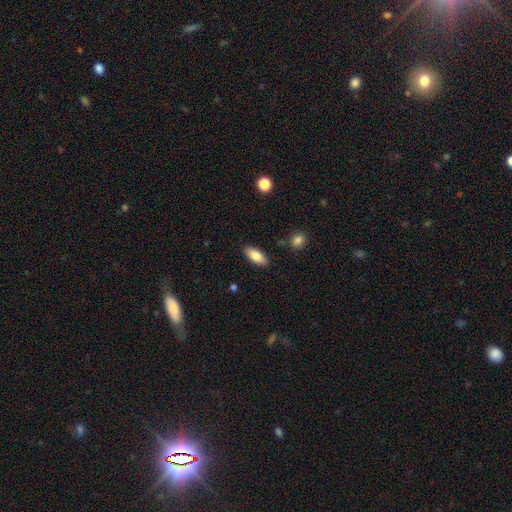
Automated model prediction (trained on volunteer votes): smooth-or-featured: smooth: 82% | featured or disk: 11% | star or artifact: 7%
  how-rounded: in between: 87% | cigar-shaped: 11% | round: 2%
  merging: none: 87% | minor disturbance: 9% | major disturbance: 2% | merger: 2%